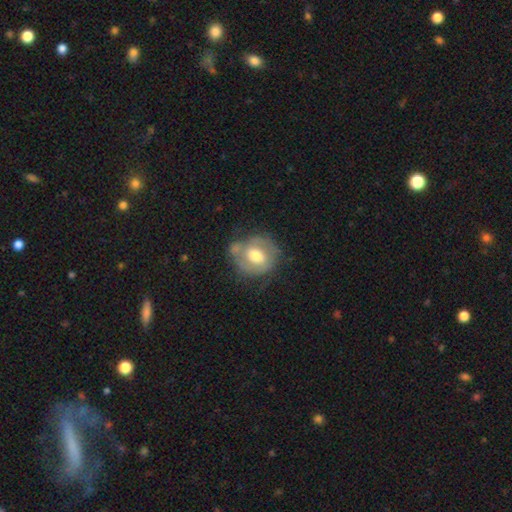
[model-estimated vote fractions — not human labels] The model was most divided on "bar": no: 44%, weak: 43%, strong: 13%. More confident: edge-on disk — no (96%); bulge size — moderate (69%); spiral arms — yes (62%); merging — none (57%); smooth or featured — featured or disk (54%).